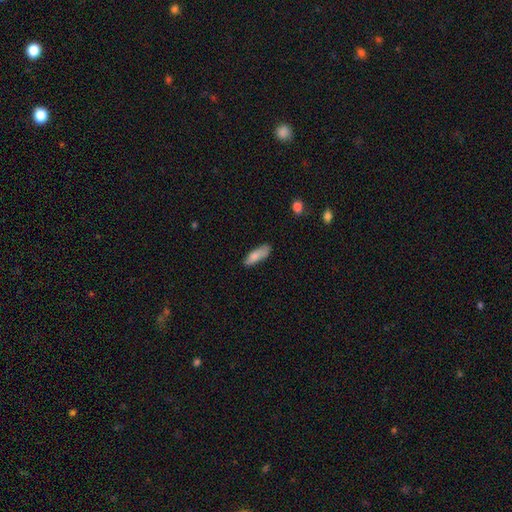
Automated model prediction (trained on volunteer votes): Q: Smooth or featured?
A: smooth (82%); runner-up: featured or disk (11%)
Q: How rounded?
A: in between (55%); runner-up: cigar-shaped (44%)
Q: Merging?
A: none (69%); runner-up: minor disturbance (24%)